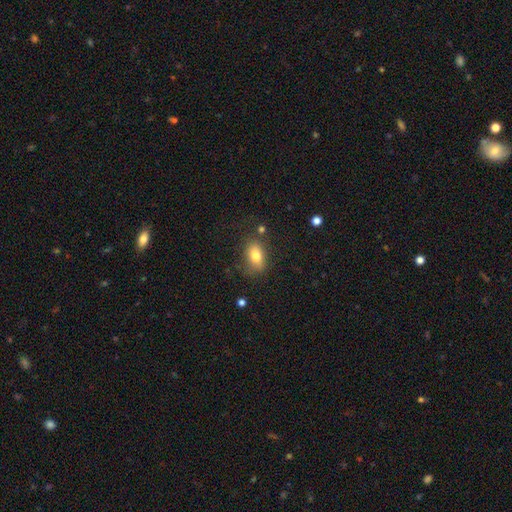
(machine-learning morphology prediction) A smooth galaxy with no disk features (77%) that is in between round and cigar-shaped (83%).

Vote fractions:
- Smooth or featured? smooth: 77% / featured or disk: 14% / star or artifact: 9%
- How rounded? in between: 83% / round: 14% / cigar-shaped: 3%
- Merging? none: 74% / minor disturbance: 17% / major disturbance: 5% / merger: 4%